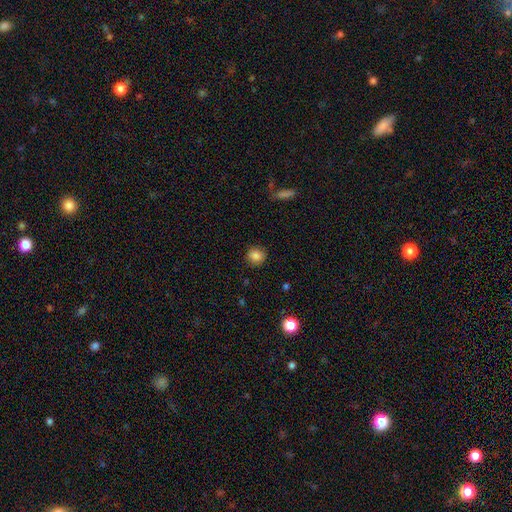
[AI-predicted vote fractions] Morphology: type=smooth (85%); roundness=round (87%); merging=none (88%).